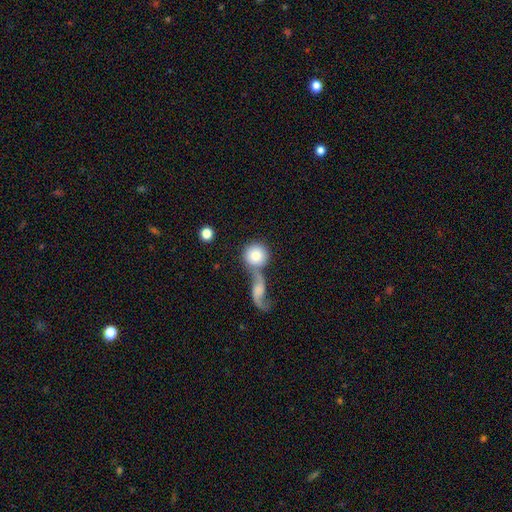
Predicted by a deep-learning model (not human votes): smooth-or-featured: smooth: 78% | featured or disk: 16% | star or artifact: 6%
  how-rounded: round: 89% | in between: 10% | cigar-shaped: 2%
  merging: merger: 48% | none: 37% | minor disturbance: 8% | major disturbance: 7%